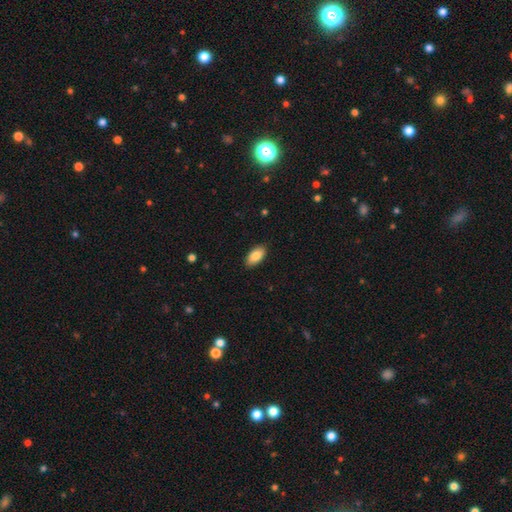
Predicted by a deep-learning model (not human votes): This appears to be a smooth galaxy with no disk features (87%) that is in between round and cigar-shaped (94%). Merging: none (88%).